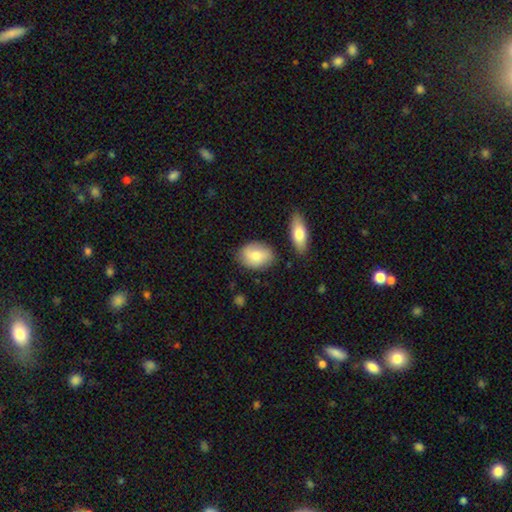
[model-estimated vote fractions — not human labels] A smooth galaxy with no disk features (77%) that is in between round and cigar-shaped (77%).

Vote fractions:
- Smooth or featured? smooth: 77% / featured or disk: 17% / star or artifact: 6%
- How rounded? in between: 77% / round: 21% / cigar-shaped: 2%
- Merging? none: 77% / minor disturbance: 15% / merger: 5% / major disturbance: 3%